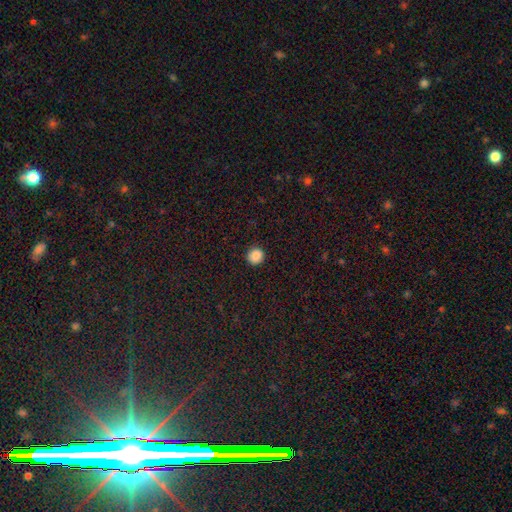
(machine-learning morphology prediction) smooth_or_featured: smooth (p=0.87) [alt: star or artifact p=0.10]
how_rounded: round (p=0.92) [alt: in between p=0.07]
merging: none (p=0.92) [alt: minor disturbance p=0.06]